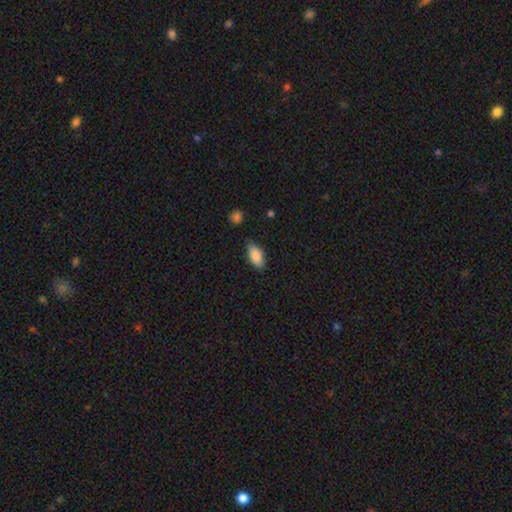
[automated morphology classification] A smooth galaxy with no disk features (85%) that is in between round and cigar-shaped (90%). Merging: none (78%).